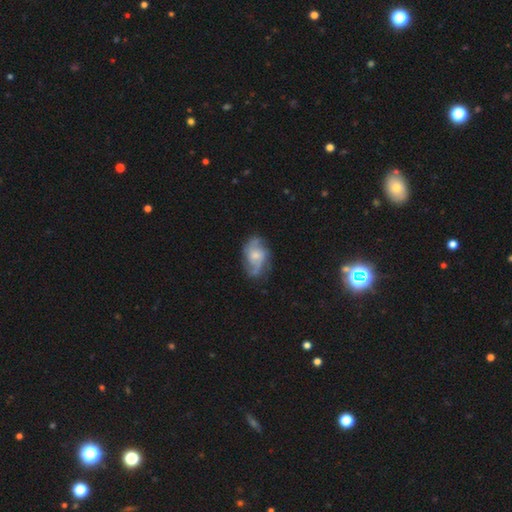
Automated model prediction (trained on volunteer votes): A featured or disk galaxy (69%) with no bar (62%), 2 (55%) medium (45%) spiral arms (87%) and a moderate central bulge (45%). Merging: none (62%).